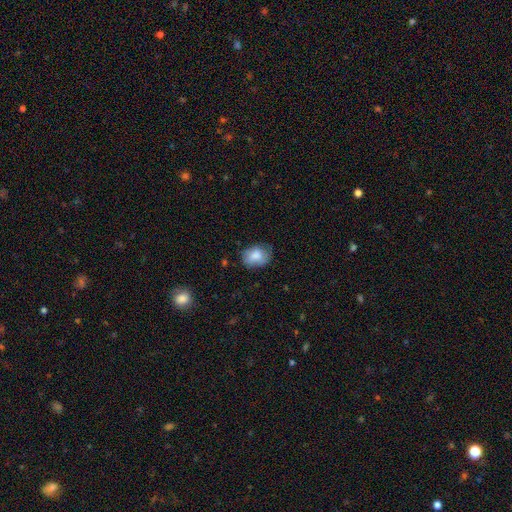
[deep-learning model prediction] Smooth or featured? smooth (78%)
How rounded? in between (68%)
Merging? none (62%)